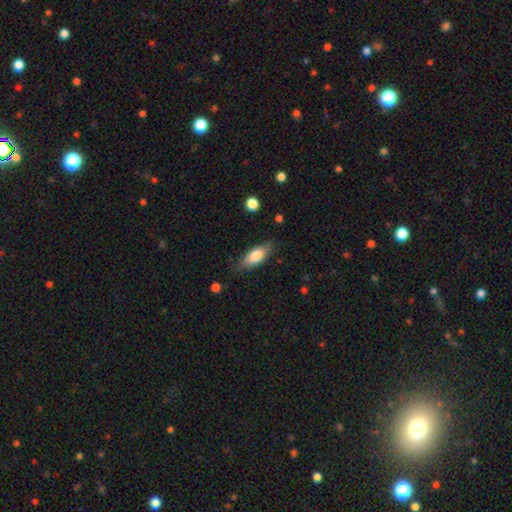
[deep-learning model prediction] smooth_or_featured: smooth (p=0.74) [alt: featured or disk p=0.20]
how_rounded: in between (p=0.73) [alt: cigar-shaped p=0.24]
merging: none (p=0.77) [alt: minor disturbance p=0.17]